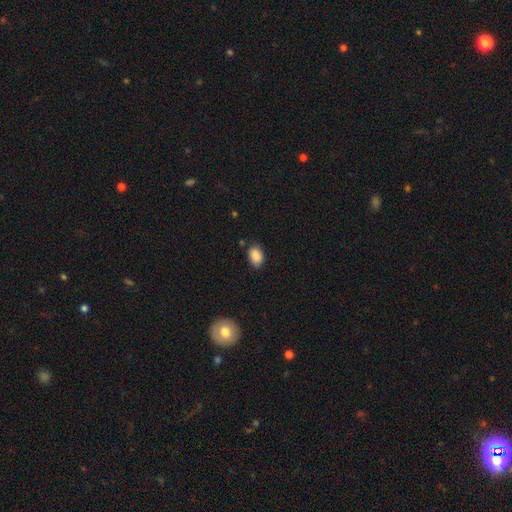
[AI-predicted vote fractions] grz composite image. It shows a smooth galaxy with no disk features (88%) that is in between round and cigar-shaped (85%). Merging: none (78%).